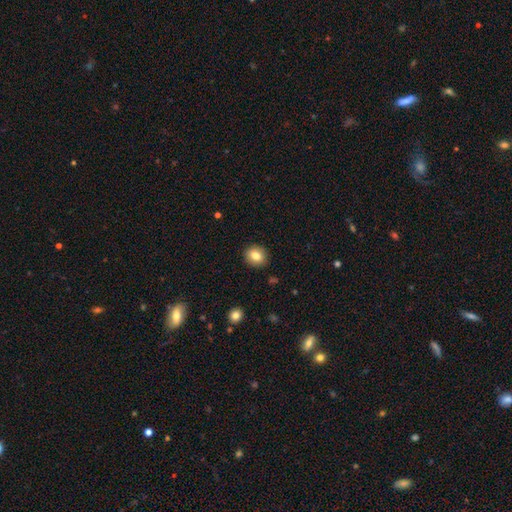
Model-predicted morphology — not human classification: Q: Smooth or featured?
A: smooth (81%); runner-up: star or artifact (10%)
Q: How rounded?
A: round (76%); runner-up: in between (23%)
Q: Merging?
A: none (91%); runner-up: minor disturbance (6%)